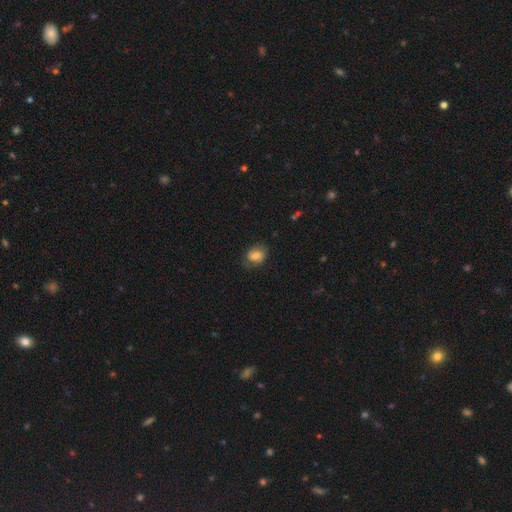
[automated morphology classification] smooth 71%, featured or disk 20%, star or artifact 9%. Down the decision tree: how rounded — in between (65%); merging — none (68%).